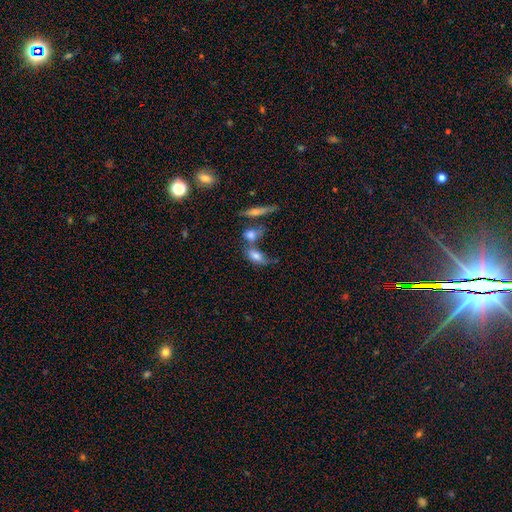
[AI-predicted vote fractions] A smooth galaxy with no disk features (68%) that is in between round and cigar-shaped (80%).

Vote fractions:
- Smooth or featured? smooth: 68% / featured or disk: 22% / star or artifact: 10%
- How rounded? in between: 80% / cigar-shaped: 11% / round: 9%
- Merging? merger: 42% / none: 31% / minor disturbance: 16% / major disturbance: 11%